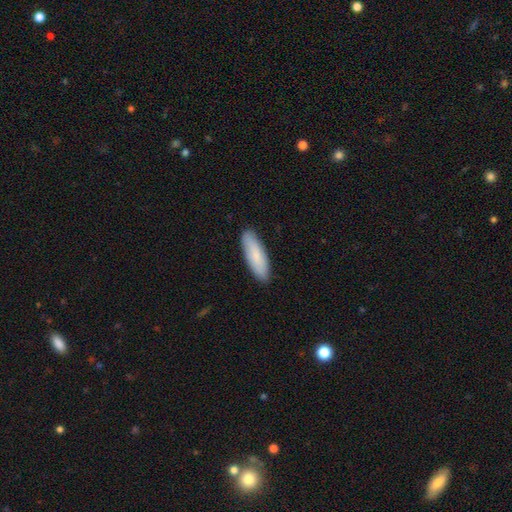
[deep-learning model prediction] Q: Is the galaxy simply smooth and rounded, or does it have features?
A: smooth — 84%.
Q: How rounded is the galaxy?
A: in between — 50%.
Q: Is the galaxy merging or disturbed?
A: none — 89%.